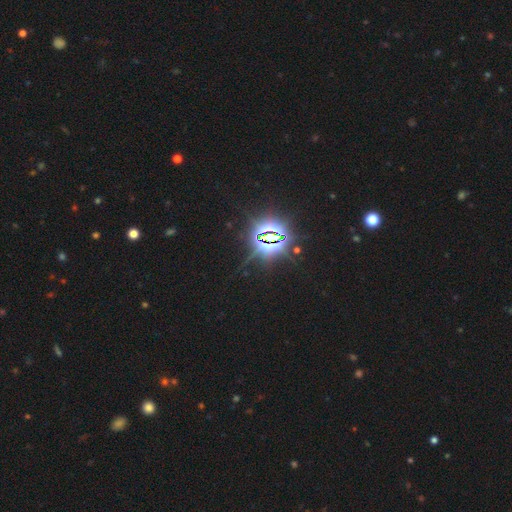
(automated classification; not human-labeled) Smooth or featured? Predicted: star or artifact (p=0.86).